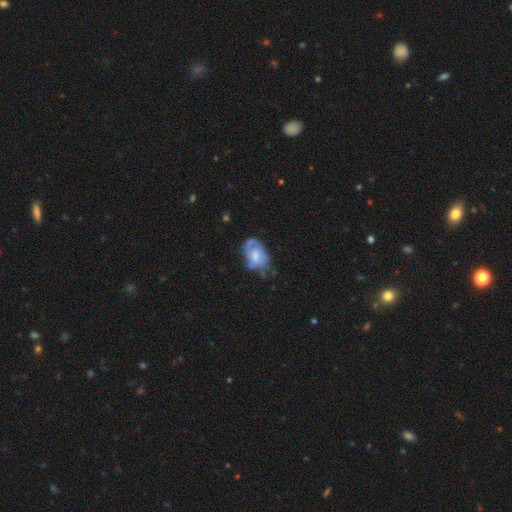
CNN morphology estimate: smooth_or_featured: featured or disk (p=0.56) [alt: smooth p=0.37]
disk_edge_on: no (p=0.96) [alt: yes p=0.04]
bar: no (p=0.68) [alt: weak p=0.27]
has_spiral_arms: yes (p=0.63) [alt: no p=0.37]
bulge_size: moderate (p=0.45) [alt: small p=0.23]
merging: none (p=0.44) [alt: minor disturbance p=0.32]